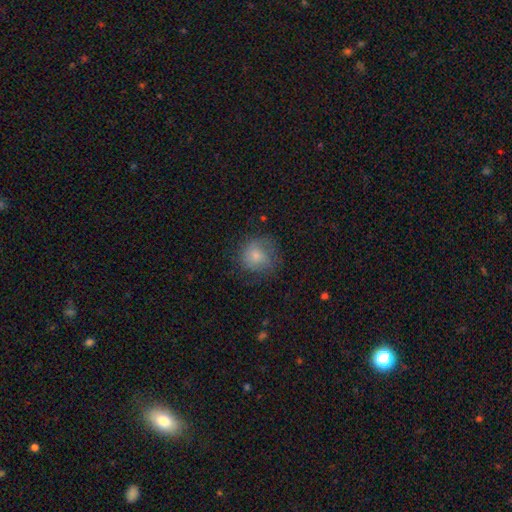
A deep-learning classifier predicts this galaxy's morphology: smooth 68%, featured or disk 23%, star or artifact 9%. Down the decision tree: how rounded — round (85%); merging — none (65%).